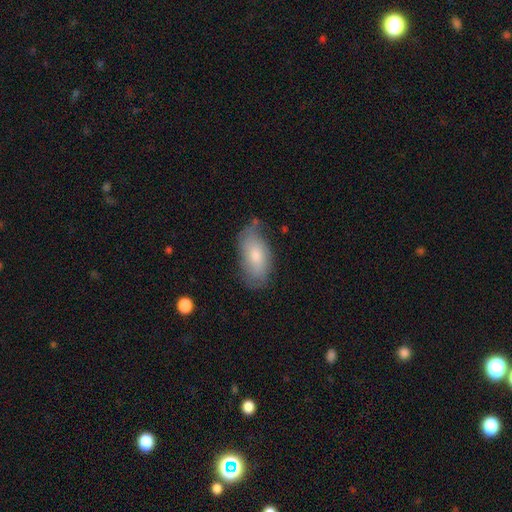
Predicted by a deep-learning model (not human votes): smooth-or-featured: smooth: 69% | featured or disk: 25% | star or artifact: 6%
  how-rounded: in between: 92% | cigar-shaped: 5% | round: 3%
  merging: none: 63% | minor disturbance: 28% | major disturbance: 7% | merger: 3%